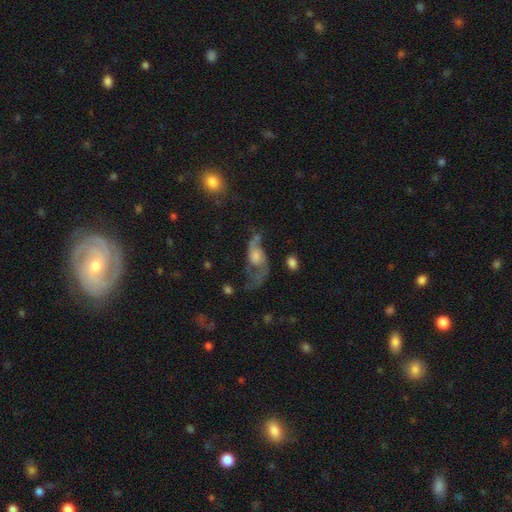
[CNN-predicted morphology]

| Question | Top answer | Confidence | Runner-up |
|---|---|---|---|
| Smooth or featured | featured or disk | 69% | smooth (20%) |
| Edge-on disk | no | 91% | yes (9%) |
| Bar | no | 68% | weak (26%) |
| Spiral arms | yes | 85% | no (15%) |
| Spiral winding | loose | 69% | medium (24%) |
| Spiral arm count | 2 | 81% | 1 (10%) |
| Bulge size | moderate | 42% | small (25%) |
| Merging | none | 39% | major disturbance (35%) |